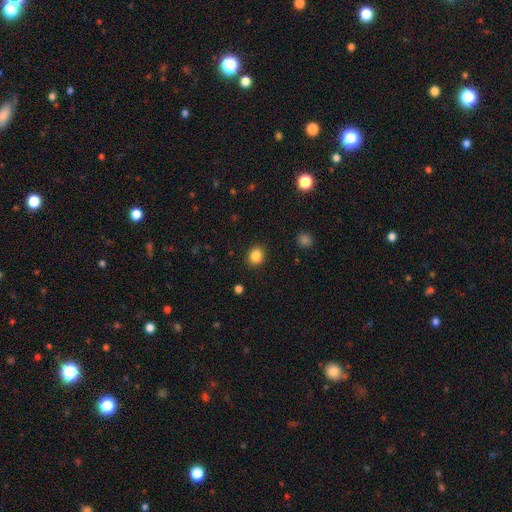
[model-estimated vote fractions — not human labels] The model was most divided on "how rounded": round: 72%, in between: 27%, cigar-shaped: 1%. More confident: merging — none (89%); smooth or featured — smooth (86%).